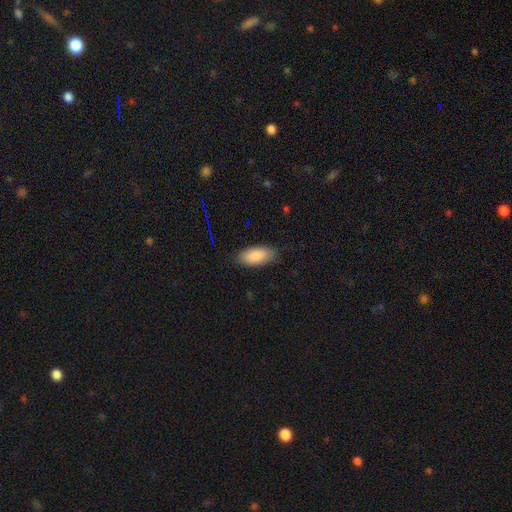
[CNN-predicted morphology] The model was most divided on "merging": none: 84%, minor disturbance: 13%, major disturbance: 3%, merger: 1%. More confident: how rounded — in between (87%); smooth or featured — smooth (87%).